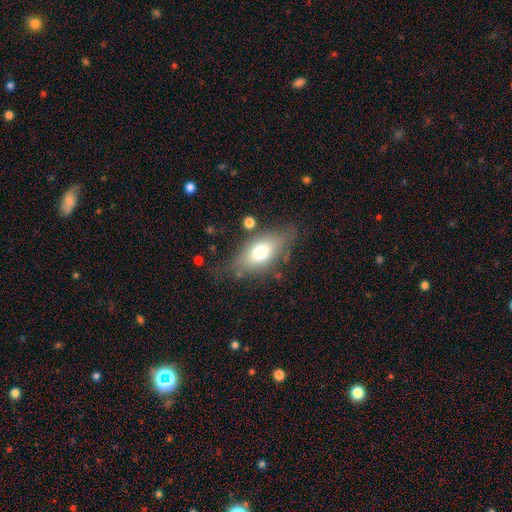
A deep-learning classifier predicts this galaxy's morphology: A smooth galaxy with no disk features (66%) that is in between round and cigar-shaped (82%).

Vote fractions:
- Smooth or featured? smooth: 66% / featured or disk: 26% / star or artifact: 9%
- How rounded? in between: 82% / cigar-shaped: 11% / round: 8%
- Merging? none: 66% / minor disturbance: 21% / major disturbance: 9% / merger: 4%